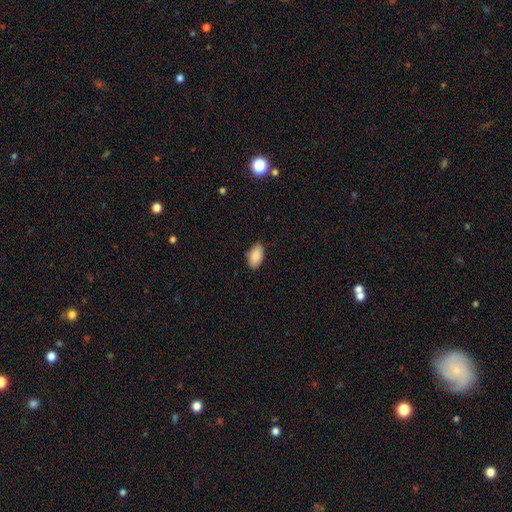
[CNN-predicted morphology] This is clearly a smooth galaxy (90%). How rounded: clearly in between (94%). Merging: clearly none (85%).